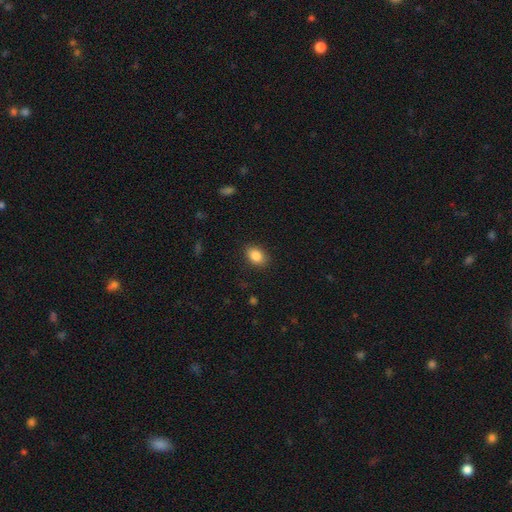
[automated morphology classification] Smooth or featured?
  - smooth: 87% *
  - star or artifact: 8%
  - featured or disk: 5%
How rounded?
  - in between: 78% *
  - round: 20%
  - cigar-shaped: 1%
Merging?
  - none: 87% *
  - minor disturbance: 9%
  - major disturbance: 3%
  - merger: 1%